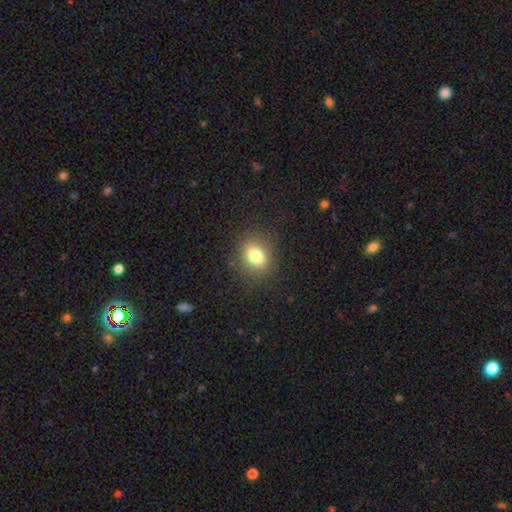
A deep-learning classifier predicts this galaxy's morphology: Smooth or featured?
  - smooth: 78% *
  - star or artifact: 11%
  - featured or disk: 10%
How rounded?
  - in between: 56% *
  - round: 42%
  - cigar-shaped: 2%
Merging?
  - none: 85% *
  - minor disturbance: 10%
  - major disturbance: 4%
  - merger: 1%